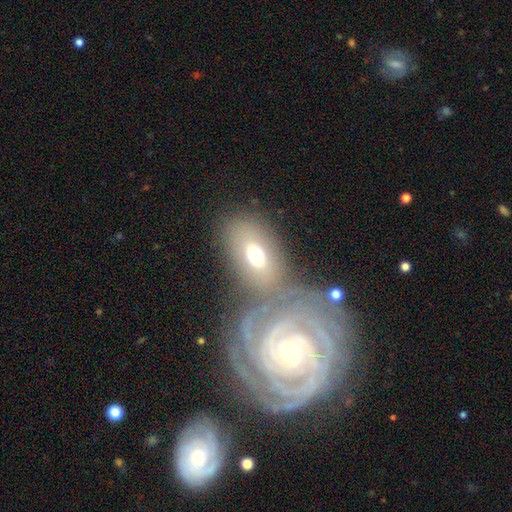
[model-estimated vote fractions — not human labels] A smooth galaxy with no disk features (61%) that is in between round and cigar-shaped (86%).

Vote fractions:
- Smooth or featured? smooth: 61% / featured or disk: 29% / star or artifact: 10%
- How rounded? in between: 86% / round: 11% / cigar-shaped: 3%
- Merging? none: 50% / merger: 29% / minor disturbance: 13% / major disturbance: 7%